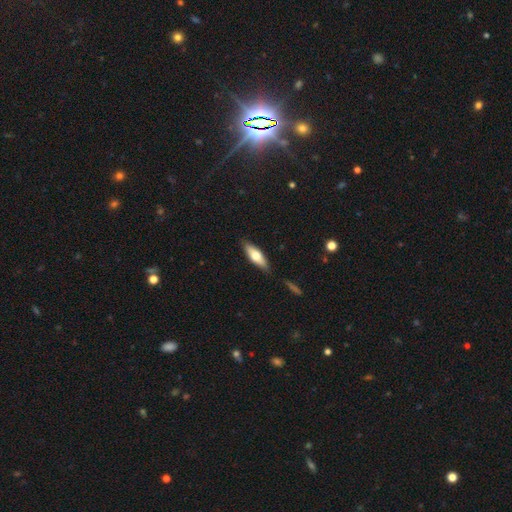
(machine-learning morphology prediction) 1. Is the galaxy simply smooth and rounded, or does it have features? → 64% smooth, 30% featured or disk, 6% star or artifact.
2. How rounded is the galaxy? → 53% in between, 45% cigar-shaped, 2% round.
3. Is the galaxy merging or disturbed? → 83% none, 13% minor disturbance, 2% major disturbance, 2% merger.